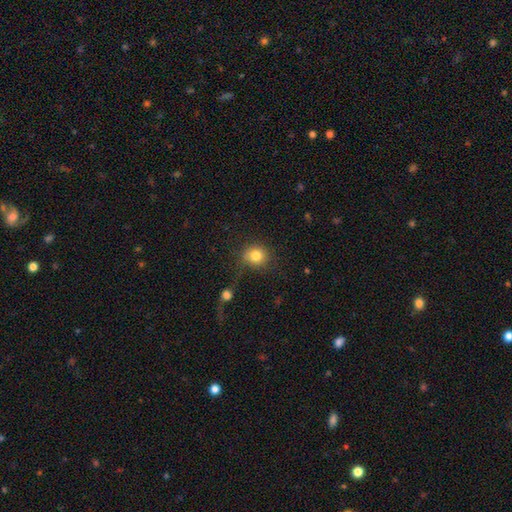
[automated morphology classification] Smooth or featured? Predicted: smooth (p=0.82). How rounded? Predicted: round (p=0.84). Merging? Predicted: none (p=0.71).